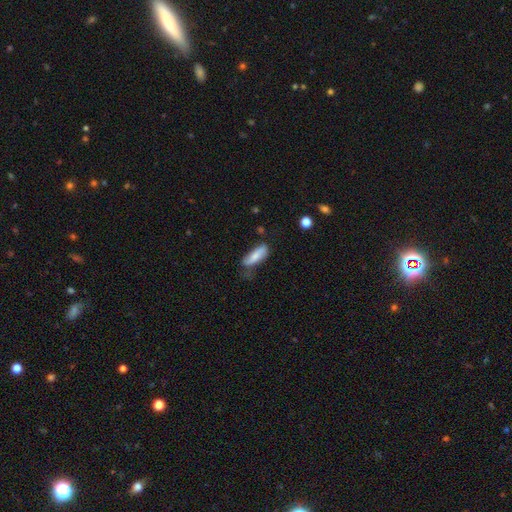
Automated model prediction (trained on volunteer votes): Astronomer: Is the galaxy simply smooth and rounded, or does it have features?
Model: smooth — 69%.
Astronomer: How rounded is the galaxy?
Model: in between — 59% (runner-up: cigar-shaped, 39%).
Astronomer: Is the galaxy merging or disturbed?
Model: none — 46% (runner-up: minor disturbance, 36%).